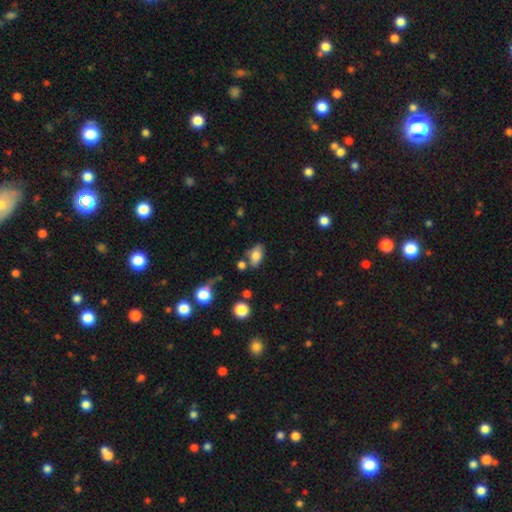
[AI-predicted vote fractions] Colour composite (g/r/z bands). It shows a smooth galaxy with no disk features (76%) that is in between round and cigar-shaped (88%). Merging: none (63%).